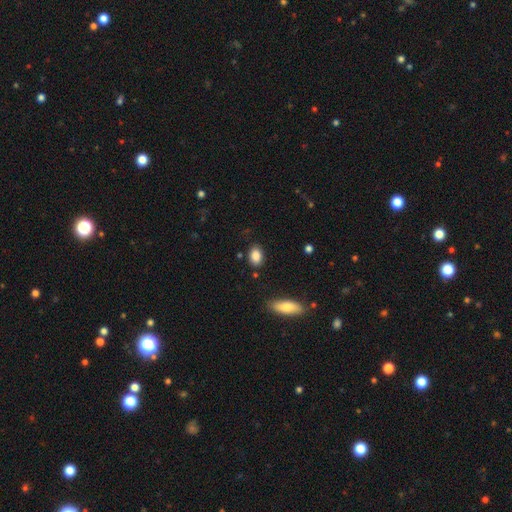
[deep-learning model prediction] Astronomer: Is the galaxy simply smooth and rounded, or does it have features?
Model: smooth — 87%.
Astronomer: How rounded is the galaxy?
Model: in between — 79%.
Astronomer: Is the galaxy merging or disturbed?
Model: none — 83%.